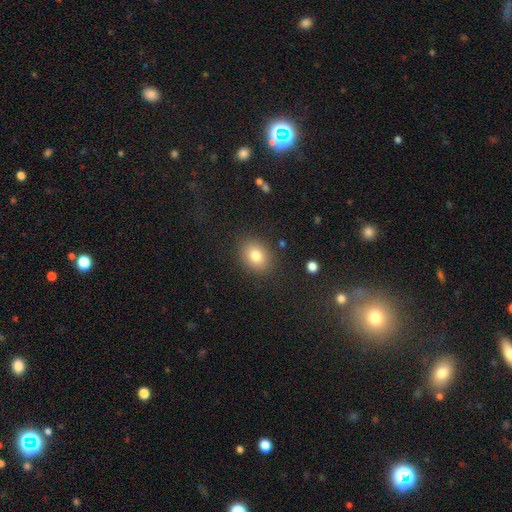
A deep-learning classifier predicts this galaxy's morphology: smooth 80%, star or artifact 10%, featured or disk 9%. Down the decision tree: how rounded — in between (56%); merging — none (86%).